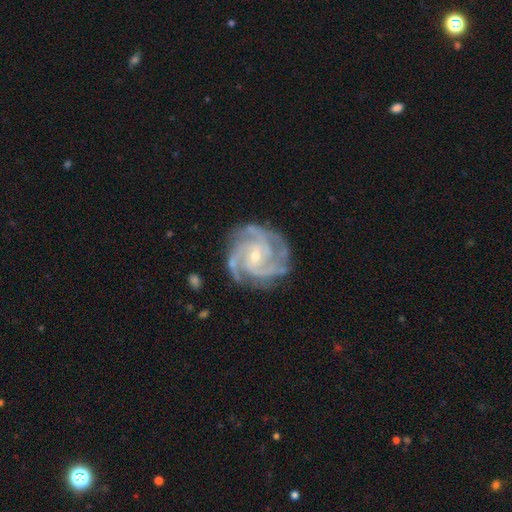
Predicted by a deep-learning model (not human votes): The model was most divided on "spiral winding": tight: 63%, medium: 34%, loose: 3%. More confident: spiral arms — yes (99%); edge-on disk — no (98%); smooth or featured — featured or disk (92%); merging — none (78%); bulge size — small (69%); bar — no (60%); spiral arm count — 3 (52%).